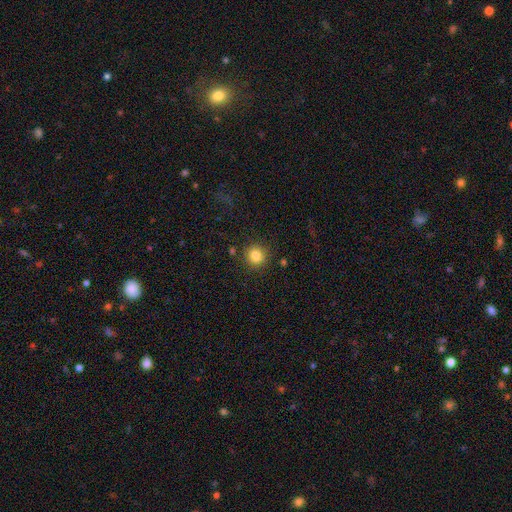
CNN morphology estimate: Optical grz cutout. It shows a smooth galaxy with no disk features (83%) that is round (92%). Merging: none (88%).